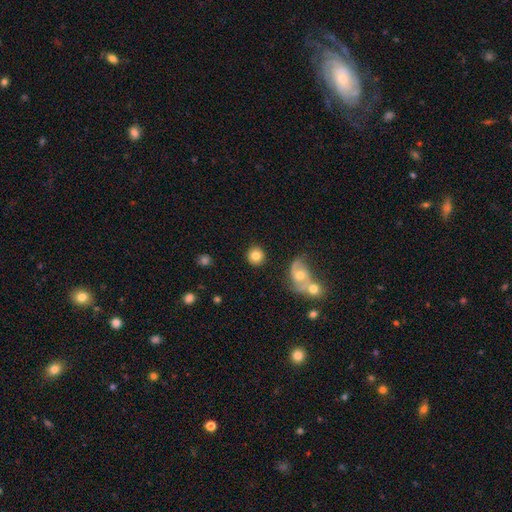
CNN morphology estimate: The model was most divided on "smooth or featured": smooth: 80%, featured or disk: 12%, star or artifact: 9%. More confident: how rounded — round (91%); merging — none (85%).